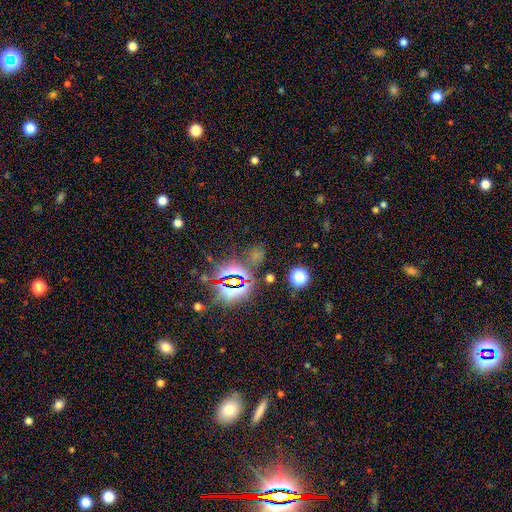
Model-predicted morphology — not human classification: A star or artifact, not a galaxy (60%).

Vote fractions:
- Smooth or featured? star or artifact: 60% / smooth: 32% / featured or disk: 7%